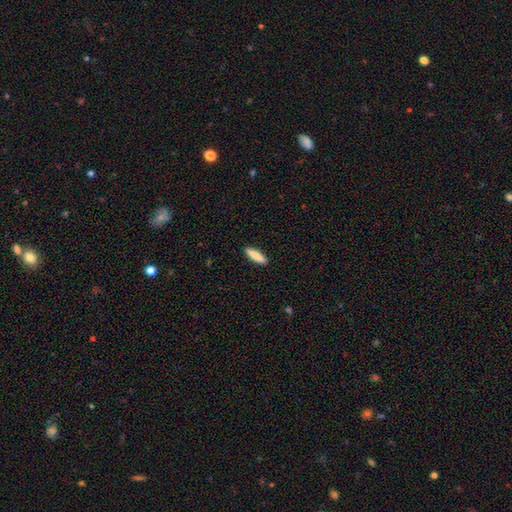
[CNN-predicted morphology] A smooth galaxy with no disk features (85%) that is cigar-shaped (74%). Merging: none (91%).